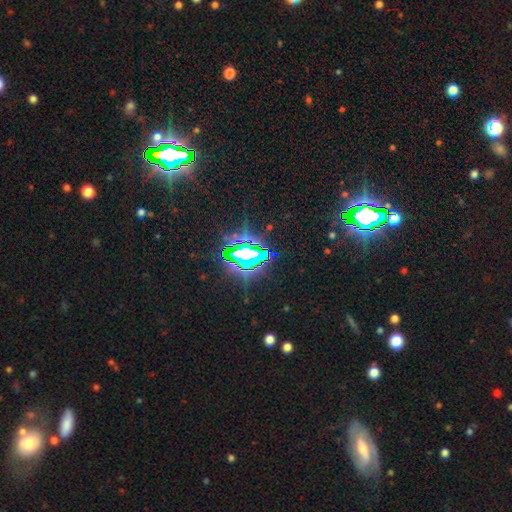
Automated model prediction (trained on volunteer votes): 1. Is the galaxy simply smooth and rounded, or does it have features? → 80% star or artifact, 10% featured or disk, 10% smooth.